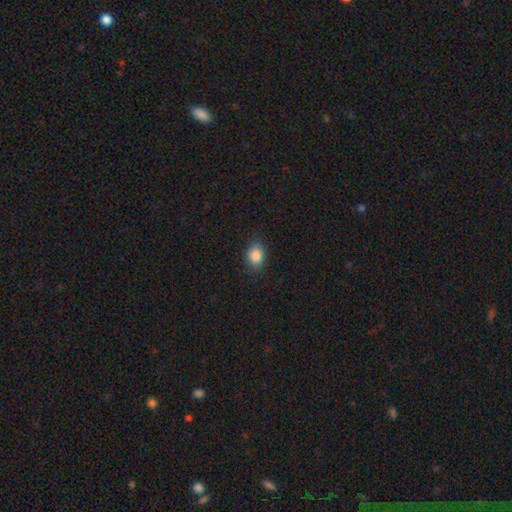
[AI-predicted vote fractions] Morphology: type=smooth (86%); roundness=in between (73%); merging=none (84%).